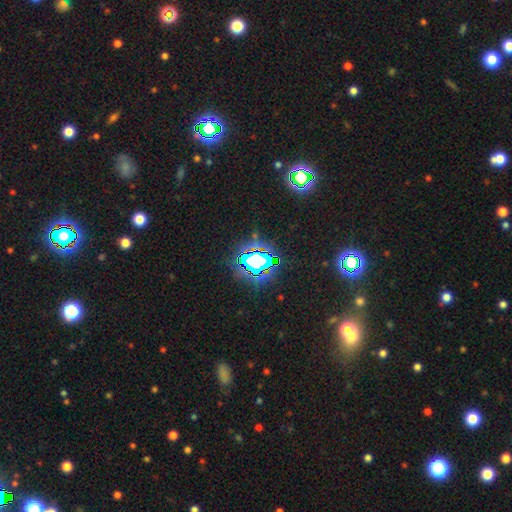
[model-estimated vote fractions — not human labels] Overall: star or artifact (68%).